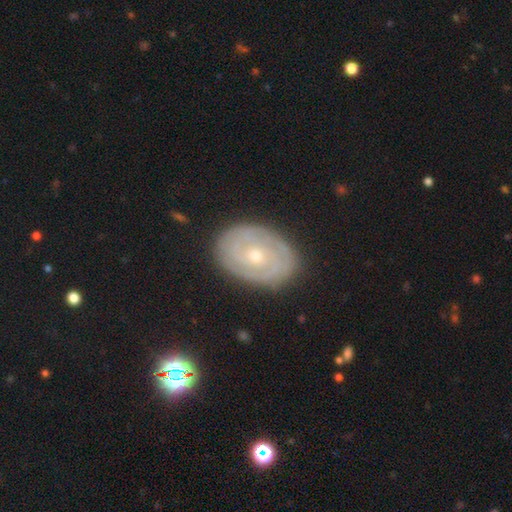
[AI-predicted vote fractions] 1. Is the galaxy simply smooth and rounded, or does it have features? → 77% featured or disk, 17% smooth, 6% star or artifact.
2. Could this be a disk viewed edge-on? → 96% no, 4% yes.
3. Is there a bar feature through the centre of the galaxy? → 77% no, 18% weak, 5% strong.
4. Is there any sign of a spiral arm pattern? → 83% yes, 17% no.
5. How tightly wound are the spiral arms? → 79% tight, 16% medium, 5% loose.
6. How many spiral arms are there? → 38% can't tell, 34% 2, 13% 3, 6% 4, 5% 1, 4% more than 4.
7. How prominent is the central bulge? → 60% small, 37% moderate, 1% large, 1% none, 1% dominant.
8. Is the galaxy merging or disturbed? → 84% none, 11% minor disturbance, 3% major disturbance, 1% merger.